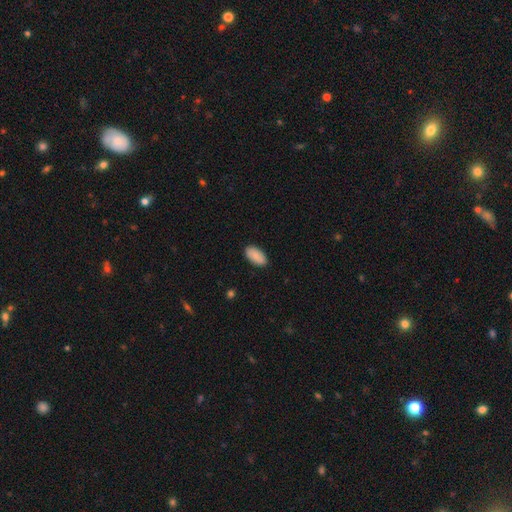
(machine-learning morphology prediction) A smooth galaxy with no disk features (88%) that is in between round and cigar-shaped (94%).

Vote fractions:
- Smooth or featured? smooth: 88% / featured or disk: 6% / star or artifact: 6%
- How rounded? in between: 94% / cigar-shaped: 3% / round: 2%
- Merging? none: 88% / minor disturbance: 9% / major disturbance: 2% / merger: 1%